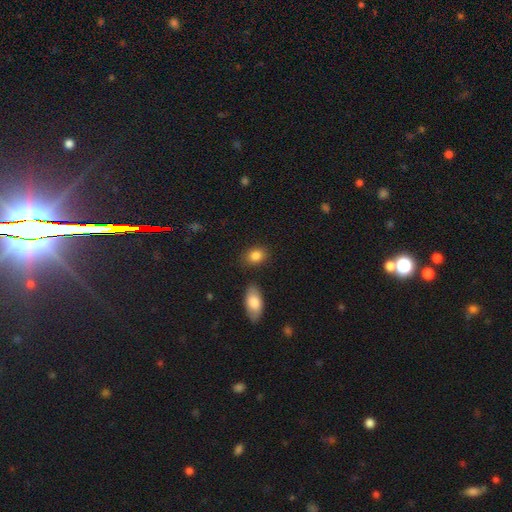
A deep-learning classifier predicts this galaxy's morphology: Smooth or featured? Predicted: smooth (p=0.86). How rounded? Predicted: in between (p=0.69). Merging? Predicted: none (p=0.81).